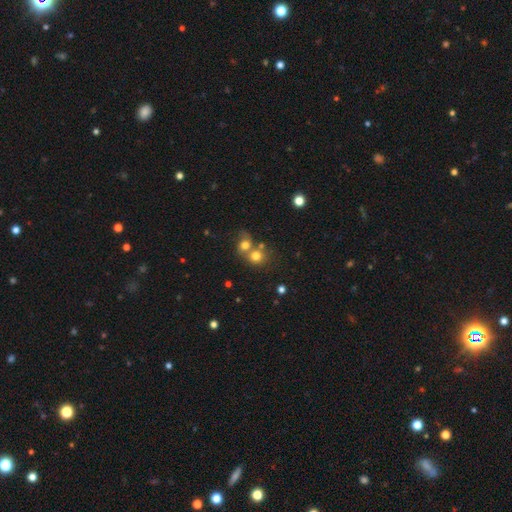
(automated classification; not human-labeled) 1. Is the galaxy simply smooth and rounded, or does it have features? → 73% smooth, 14% star or artifact, 13% featured or disk.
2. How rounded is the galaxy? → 81% round, 18% in between, 1% cigar-shaped.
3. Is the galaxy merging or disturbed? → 54% merger, 36% none, 6% minor disturbance, 4% major disturbance.